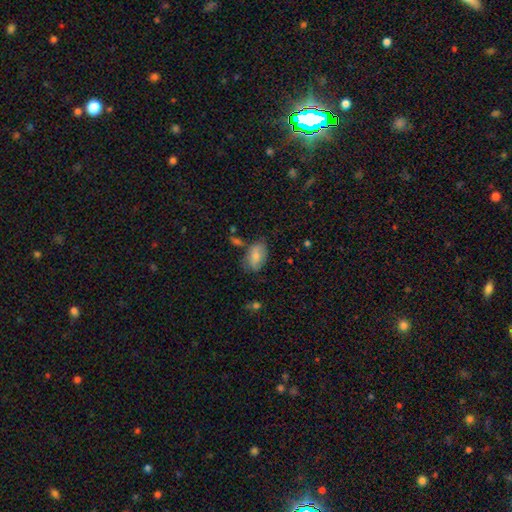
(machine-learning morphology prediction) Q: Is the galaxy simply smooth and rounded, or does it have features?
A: smooth — 75%.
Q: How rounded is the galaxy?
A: in between — 91%.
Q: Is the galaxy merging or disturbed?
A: none — 57%.